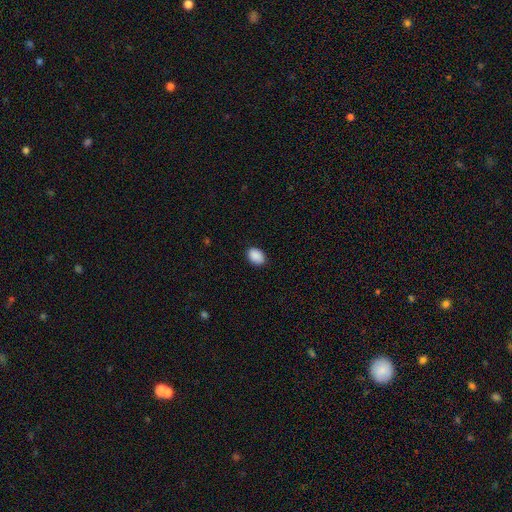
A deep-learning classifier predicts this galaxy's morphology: Q: Smooth or featured?
A: smooth (90%); runner-up: star or artifact (7%)
Q: How rounded?
A: in between (77%); runner-up: round (22%)
Q: Merging?
A: none (88%); runner-up: minor disturbance (9%)